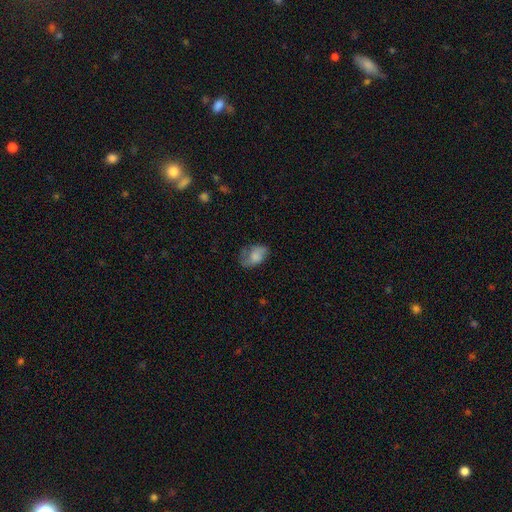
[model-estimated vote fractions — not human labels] Overall: smooth (65%; featured or disk 26%). How rounded: in between (87%). Merging: none (50%; minor disturbance 30%).